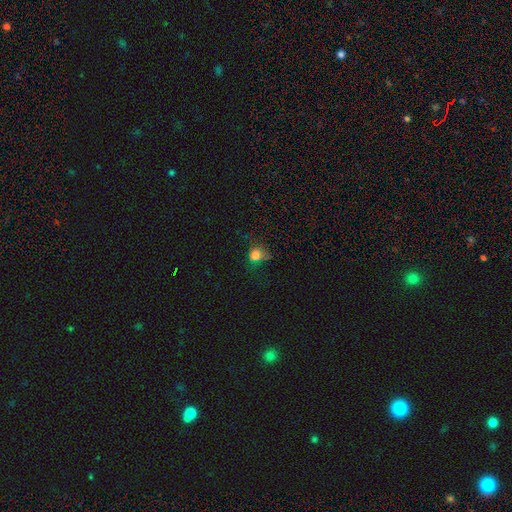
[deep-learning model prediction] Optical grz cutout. It shows a smooth galaxy with no disk features (75%) that is round (70%). Merging: none (46%).